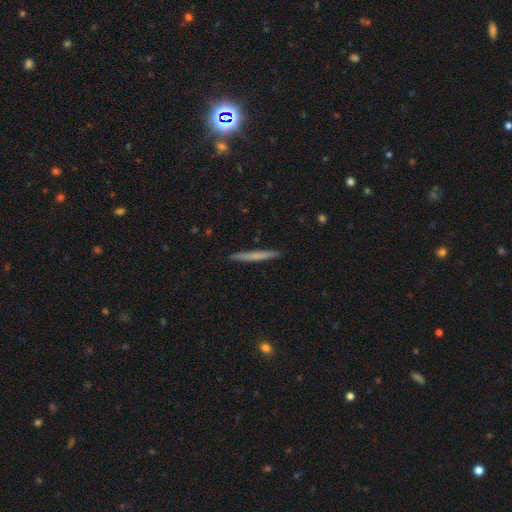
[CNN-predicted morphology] This appears to be a smooth galaxy with no disk features (57%) that is cigar-shaped (97%). Merging: none (92%).